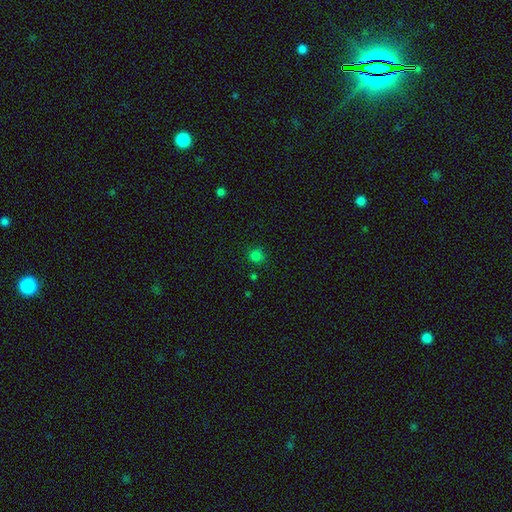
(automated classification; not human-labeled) smooth-or-featured: smooth: 77% | star or artifact: 19% | featured or disk: 3%
  how-rounded: round: 90% | in between: 9% | cigar-shaped: 1%
  merging: none: 84% | minor disturbance: 10% | merger: 3% | major disturbance: 3%